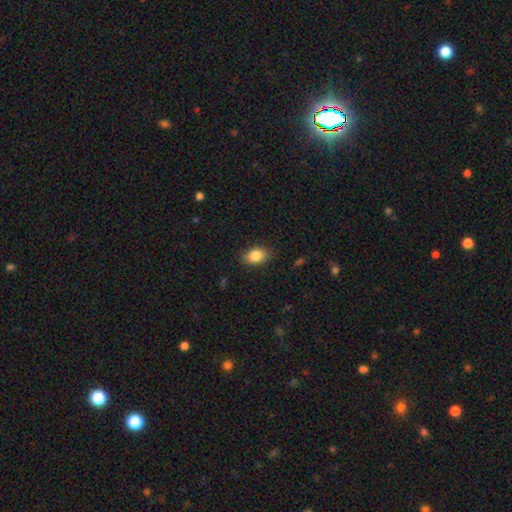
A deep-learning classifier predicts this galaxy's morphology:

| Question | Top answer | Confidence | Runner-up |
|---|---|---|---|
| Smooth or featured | smooth | 86% | star or artifact (8%) |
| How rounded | in between | 86% | round (13%) |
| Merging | none | 86% | minor disturbance (10%) |